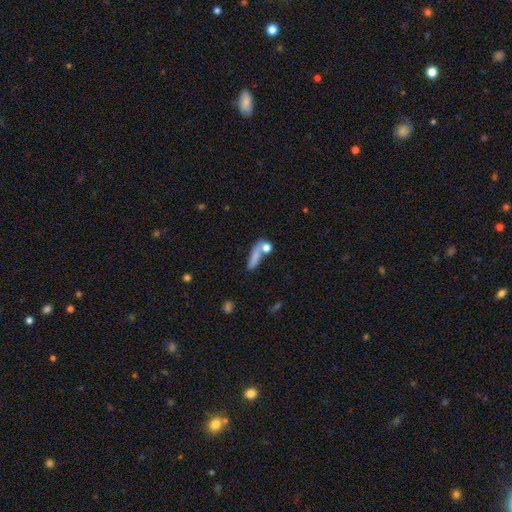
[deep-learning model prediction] A smooth galaxy with no disk features (74%) that is cigar-shaped (62%).

Vote fractions:
- Smooth or featured? smooth: 74% / featured or disk: 16% / star or artifact: 10%
- How rounded? cigar-shaped: 62% / in between: 28% / round: 10%
- Merging? none: 51% / merger: 22% / minor disturbance: 17% / major disturbance: 10%